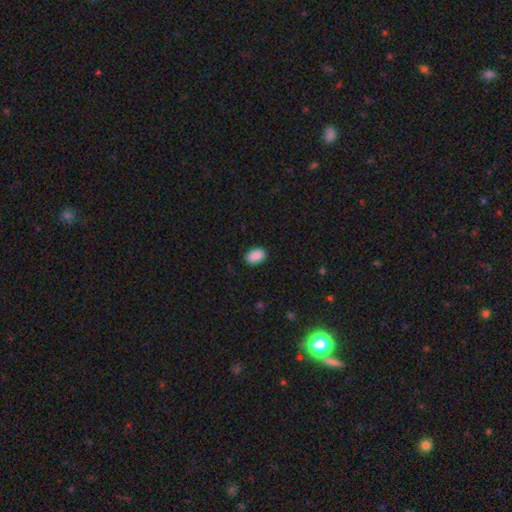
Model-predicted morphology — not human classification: Overall: smooth (90%). How rounded: in between (87%). Merging: none (87%).